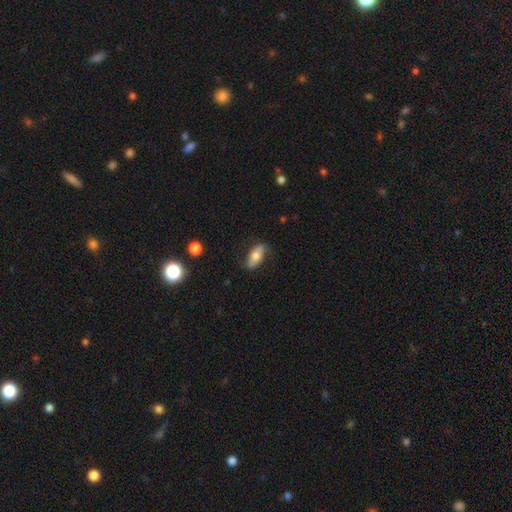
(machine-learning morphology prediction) smooth 69%, featured or disk 24%, star or artifact 7%. Down the decision tree: how rounded — in between (79%); merging — none (79%).